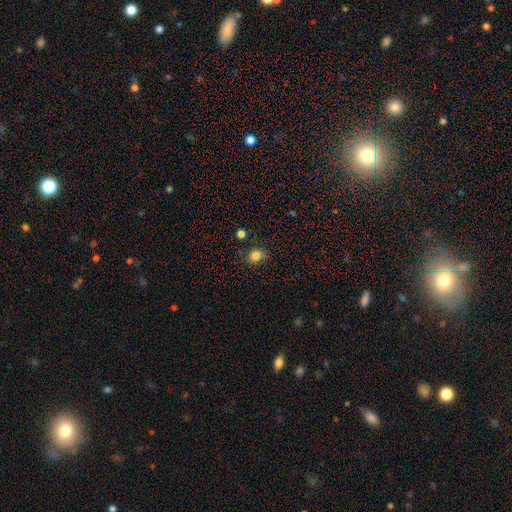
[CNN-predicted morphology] This appears to be a smooth galaxy with no disk features (81%) that is round (64%). Merging: none (81%).